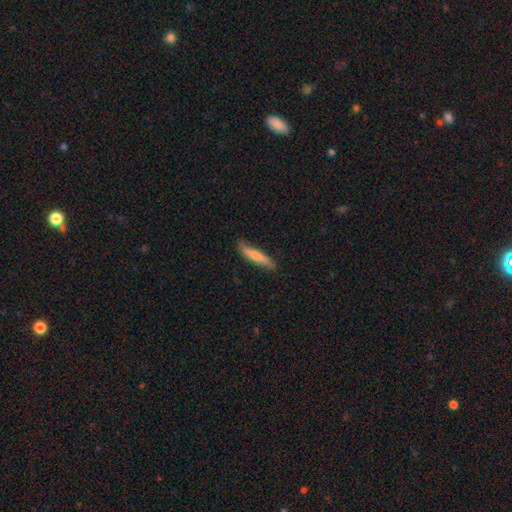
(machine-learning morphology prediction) type=smooth (60%); roundness=cigar-shaped (87%); merging=none (77%).